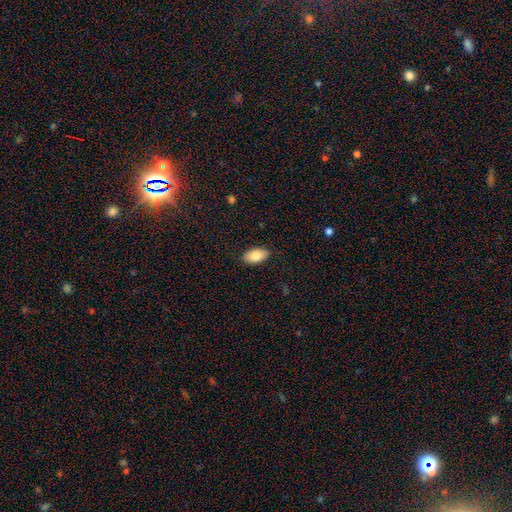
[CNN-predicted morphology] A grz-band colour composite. It shows a smooth galaxy with no disk features (82%) that is in between round and cigar-shaped (94%). Merging: none (88%).